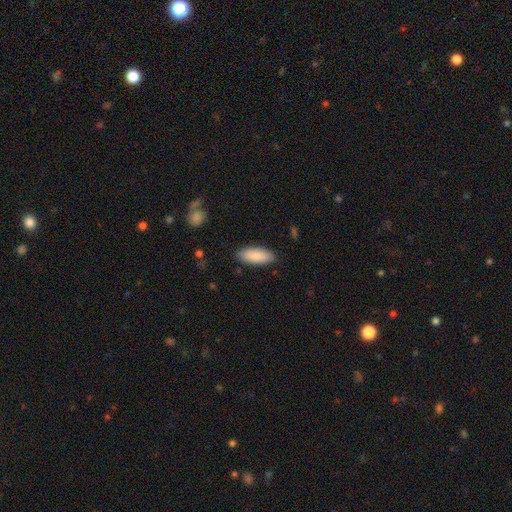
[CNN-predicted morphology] smooth_or_featured: smooth (p=0.89) [alt: star or artifact p=0.06]
how_rounded: in between (p=0.79) [alt: cigar-shaped p=0.19]
merging: none (p=0.88) [alt: minor disturbance p=0.09]